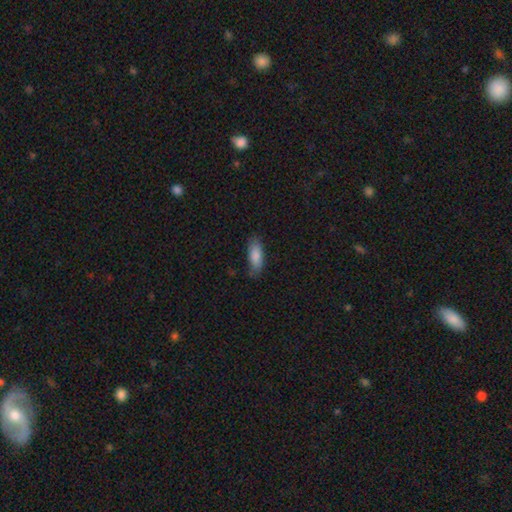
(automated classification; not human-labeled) The model was most divided on "how rounded": in between: 71%, cigar-shaped: 27%, round: 2%. More confident: smooth or featured — smooth (85%); merging — none (76%).